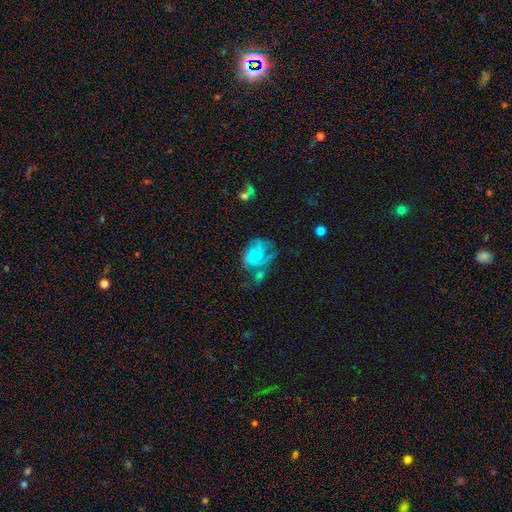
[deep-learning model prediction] Smooth or featured? Predicted: featured or disk (p=0.67). Edge-on disk? Predicted: no (p=0.98). Bar? Predicted: no (p=0.70). Spiral arms? Predicted: yes (p=0.80). Spiral winding? Predicted: tight (p=0.46). Spiral arm count? Predicted: can't tell (p=0.34). Bulge size? Predicted: small (p=0.52). Merging? Predicted: none (p=0.37).